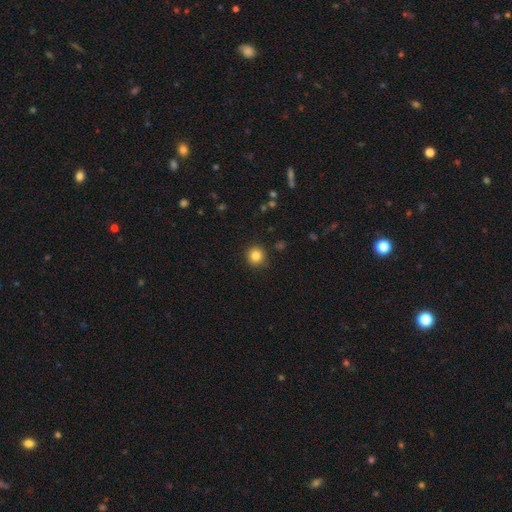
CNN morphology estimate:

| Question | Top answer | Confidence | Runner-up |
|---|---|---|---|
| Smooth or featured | smooth | 84% | star or artifact (11%) |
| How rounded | round | 93% | in between (6%) |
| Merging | none | 91% | minor disturbance (6%) |